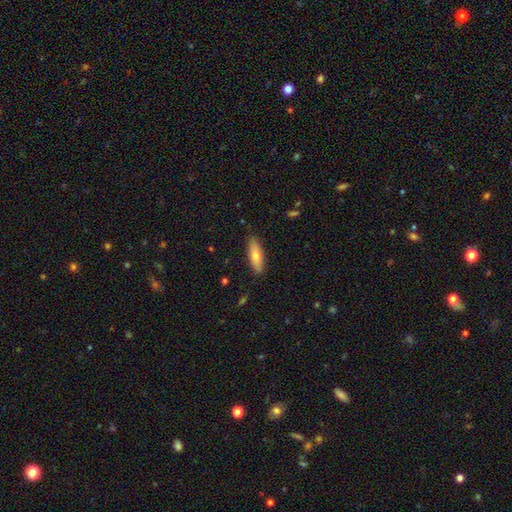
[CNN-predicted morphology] Smooth or featured?
  - smooth: 73% *
  - featured or disk: 21%
  - star or artifact: 6%
How rounded?
  - in between: 55% *
  - cigar-shaped: 43%
  - round: 2%
Merging?
  - none: 86% *
  - minor disturbance: 11%
  - major disturbance: 2%
  - merger: 1%